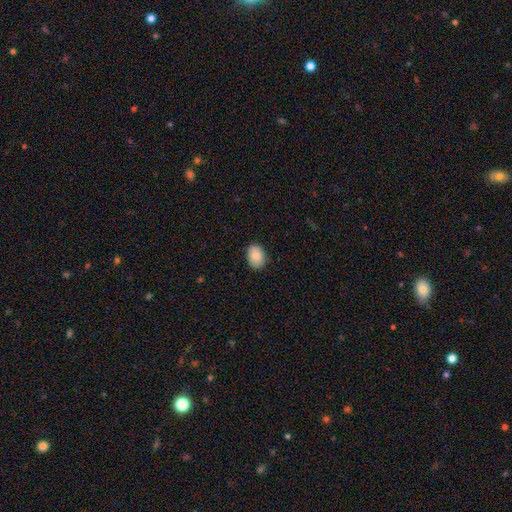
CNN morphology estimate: Smooth or featured: smooth — 88% (star or artifact — 7%)
How rounded: in between — 79% (round — 20%)
Merging: none — 87% (minor disturbance — 10%)